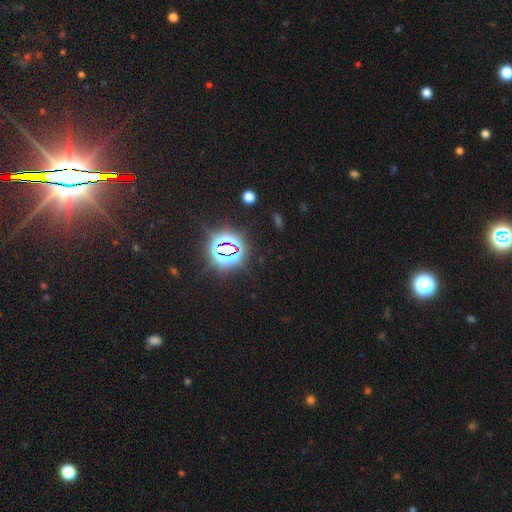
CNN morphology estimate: Smooth or featured?
  - star or artifact: 82% *
  - smooth: 9%
  - featured or disk: 9%